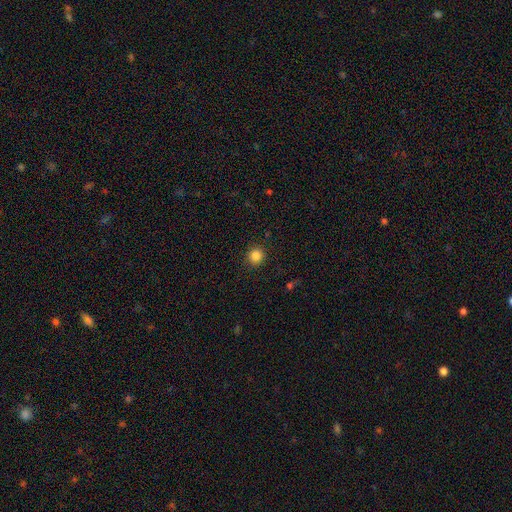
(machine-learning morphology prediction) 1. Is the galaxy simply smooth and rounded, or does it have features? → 85% smooth, 12% star or artifact, 4% featured or disk.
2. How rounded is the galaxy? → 91% round, 8% in between, 1% cigar-shaped.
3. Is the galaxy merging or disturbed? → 91% none, 6% minor disturbance, 2% major disturbance, 1% merger.